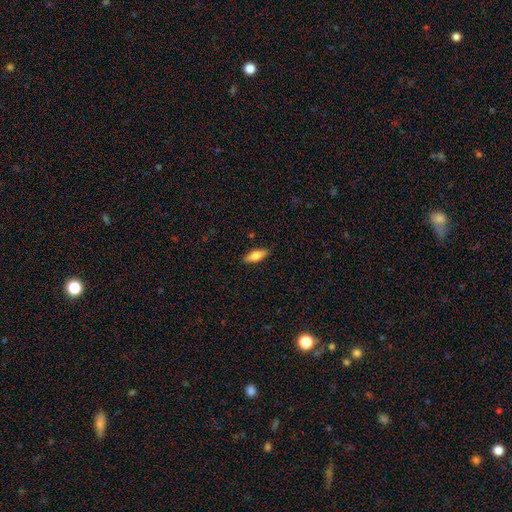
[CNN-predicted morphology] Smooth or featured? Predicted: smooth (p=0.71). How rounded? Predicted: in between (p=0.67). Merging? Predicted: none (p=0.89).